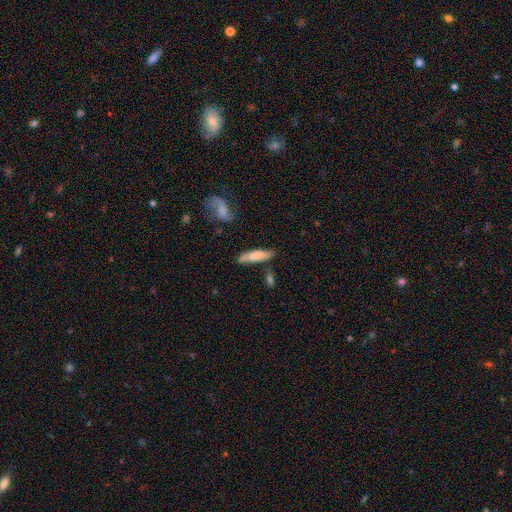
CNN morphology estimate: A smooth galaxy with no disk features (71%) that is cigar-shaped (65%).

Vote fractions:
- Smooth or featured? smooth: 71% / featured or disk: 22% / star or artifact: 6%
- How rounded? cigar-shaped: 65% / in between: 33% / round: 2%
- Merging? none: 65% / minor disturbance: 22% / merger: 8% / major disturbance: 6%